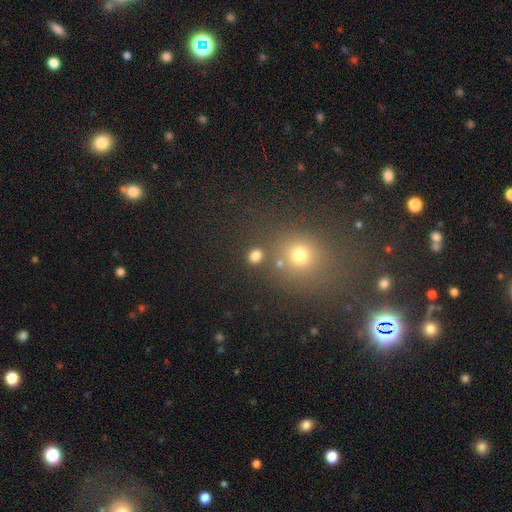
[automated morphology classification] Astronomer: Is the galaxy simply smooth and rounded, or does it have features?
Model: smooth — 78%.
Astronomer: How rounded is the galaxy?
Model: round — 69%.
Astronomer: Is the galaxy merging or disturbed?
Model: none — 80%.